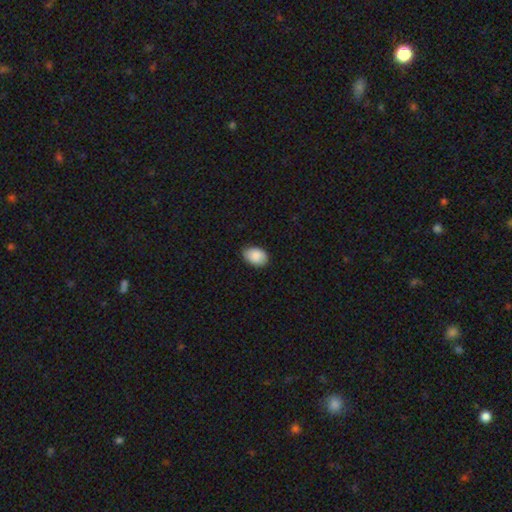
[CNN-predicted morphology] This appears to be a smooth galaxy with no disk features (89%) that is in between round and cigar-shaped (86%). Merging: none (83%).